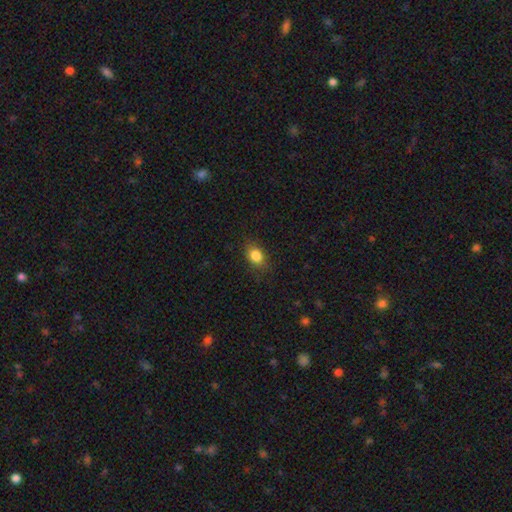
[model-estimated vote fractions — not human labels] This is clearly a smooth galaxy (84%). How rounded: likely in between (66%). Merging: clearly none (81%).